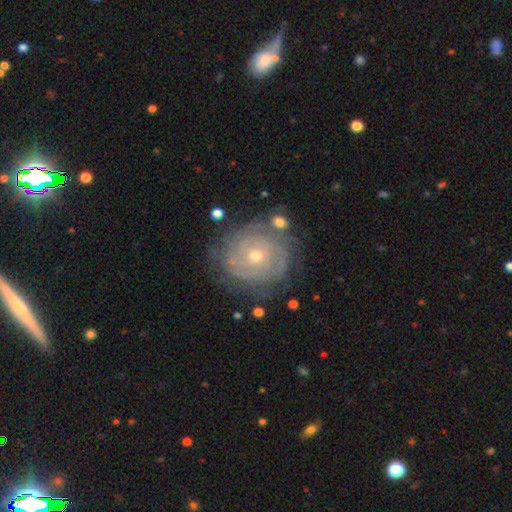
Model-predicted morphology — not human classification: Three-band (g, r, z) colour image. It shows a featured or disk galaxy (83%) with no bar (77%), tight (80%) spiral arms (92%) and a moderate central bulge (49%). Merging: none (74%).